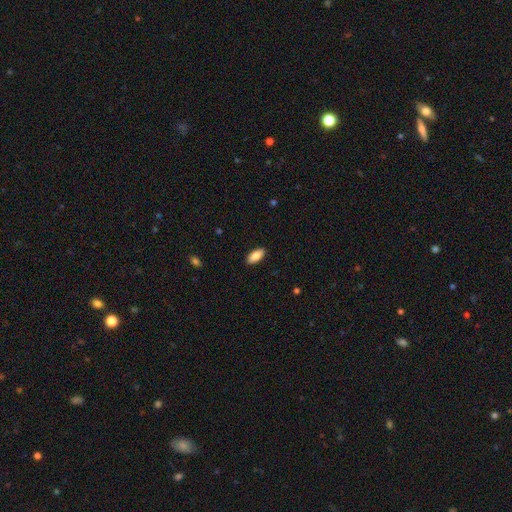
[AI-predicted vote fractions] smooth_or_featured: smooth (p=0.86) [alt: featured or disk p=0.08]
how_rounded: in between (p=0.88) [alt: cigar-shaped p=0.10]
merging: none (p=0.90) [alt: minor disturbance p=0.07]